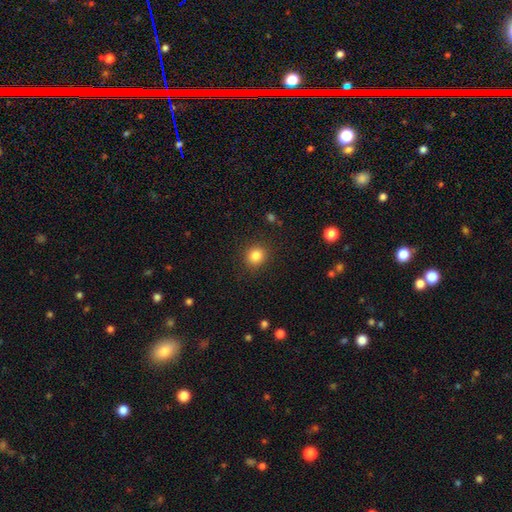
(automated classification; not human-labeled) Overall: smooth (84%). How rounded: round (84%). Merging: none (88%).